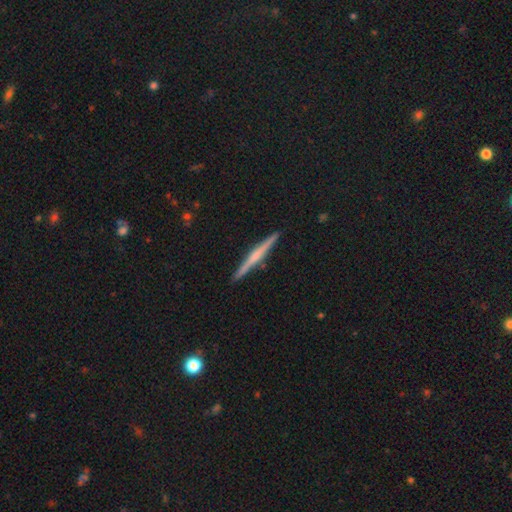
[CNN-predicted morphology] The model was most divided on "edge-on bulge": rounded: 54%, none: 29%, boxy: 16%. More confident: edge-on disk — yes (98%); merging — none (92%); smooth or featured — featured or disk (68%).